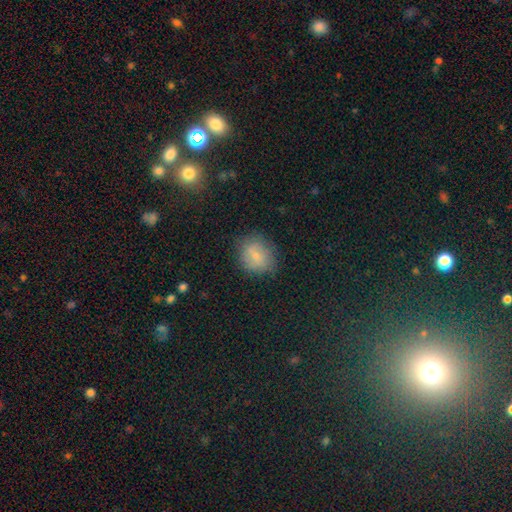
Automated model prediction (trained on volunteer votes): smooth-or-featured: smooth: 73% | featured or disk: 15% | star or artifact: 11%
  how-rounded: round: 69% | in between: 30% | cigar-shaped: 1%
  merging: none: 75% | minor disturbance: 18% | major disturbance: 6% | merger: 2%